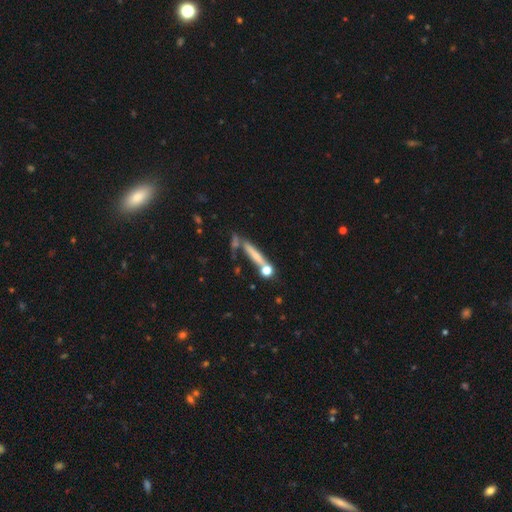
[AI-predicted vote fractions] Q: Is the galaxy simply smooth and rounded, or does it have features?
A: smooth — 51%.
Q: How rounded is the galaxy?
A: cigar-shaped — 84%.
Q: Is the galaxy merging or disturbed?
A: none — 56%.